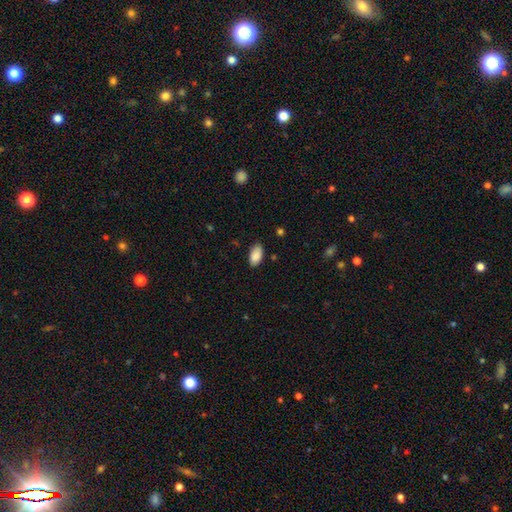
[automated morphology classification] Overall: smooth (89%). How rounded: in between (95%). Merging: none (84%).